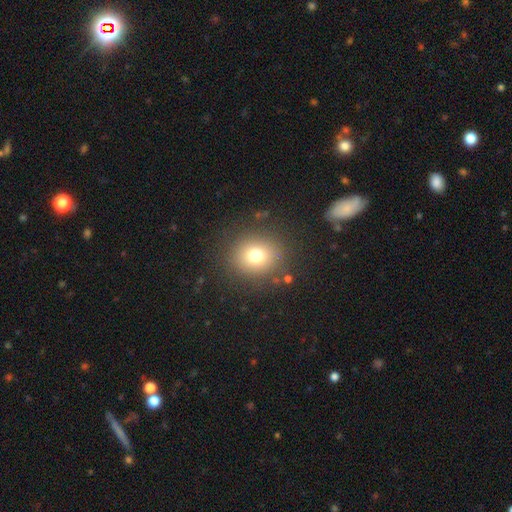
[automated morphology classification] Smooth or featured: smooth — 74% (star or artifact — 15%)
How rounded: round — 82% (in between — 17%)
Merging: none — 86% (minor disturbance — 7%)